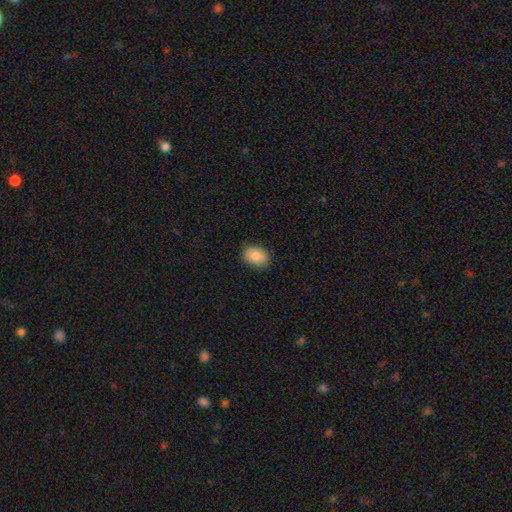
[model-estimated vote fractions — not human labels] Overall: smooth (88%). How rounded: in between (80%). Merging: none (87%).